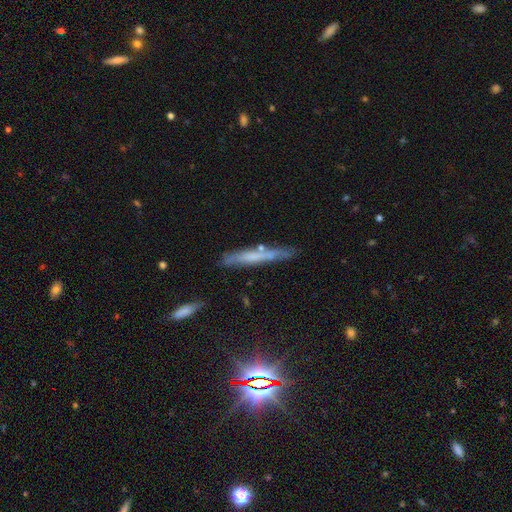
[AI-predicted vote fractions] This appears to be a smooth galaxy with no disk features (46%). Merging: none (71%).